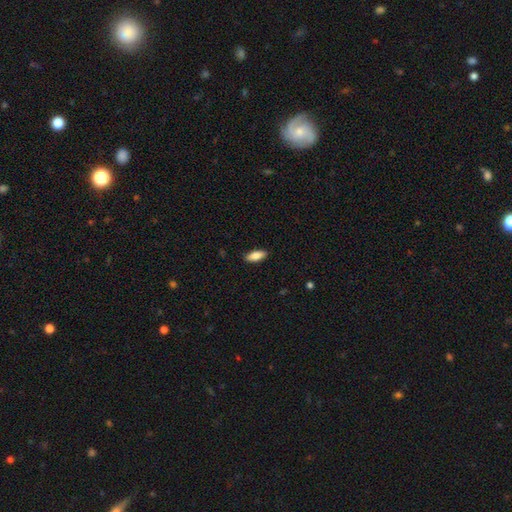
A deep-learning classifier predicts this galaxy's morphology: A smooth galaxy with no disk features (85%) that is in between round and cigar-shaped (78%). Merging: none (89%).